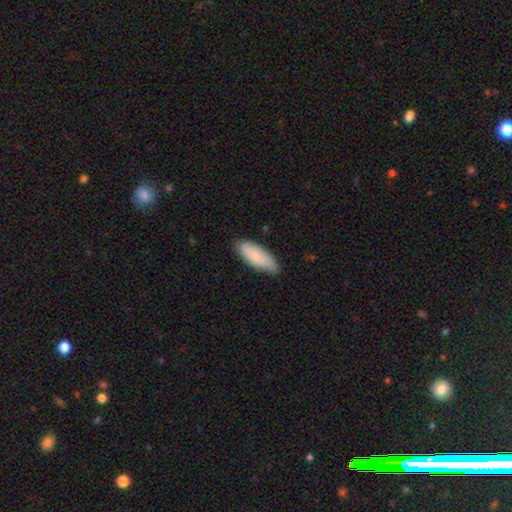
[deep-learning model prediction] This is clearly a smooth galaxy (84%). How rounded: likely in between (74%). Merging: likely none (75%).